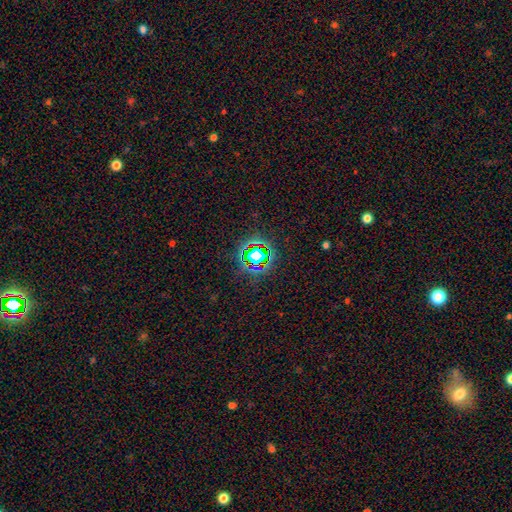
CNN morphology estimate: Smooth or featured? Predicted: star or artifact (p=0.70).